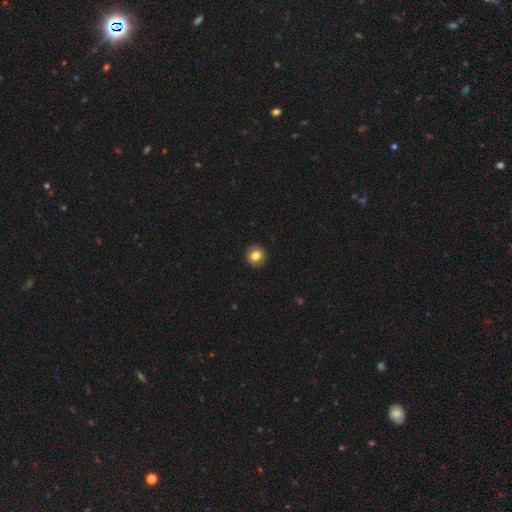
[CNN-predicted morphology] Smooth or featured?
  - smooth: 80% *
  - featured or disk: 11%
  - star or artifact: 9%
How rounded?
  - round: 89% *
  - in between: 10%
  - cigar-shaped: 1%
Merging?
  - none: 92% *
  - minor disturbance: 6%
  - major disturbance: 2%
  - merger: 1%